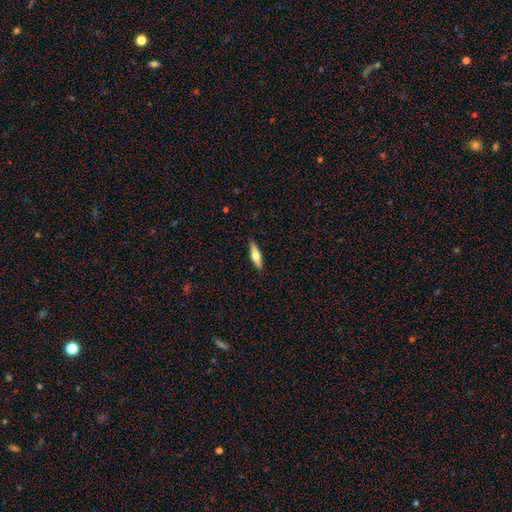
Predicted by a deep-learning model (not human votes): A smooth galaxy with no disk features (54%) that is cigar-shaped (67%). Merging: none (90%).